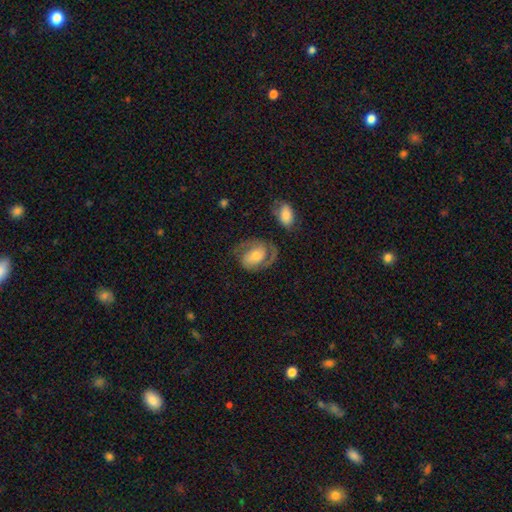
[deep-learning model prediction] The model was most divided on "bulge size": moderate: 44%, small: 42%, large: 9%, none: 3%, dominant: 2%. Remaining: edge-on disk — no (97%); spiral arms — yes (94%); spiral arm count — 2 (84%); smooth or featured — featured or disk (77%); merging — none (66%); bar — no (56%); spiral winding — medium (49%).